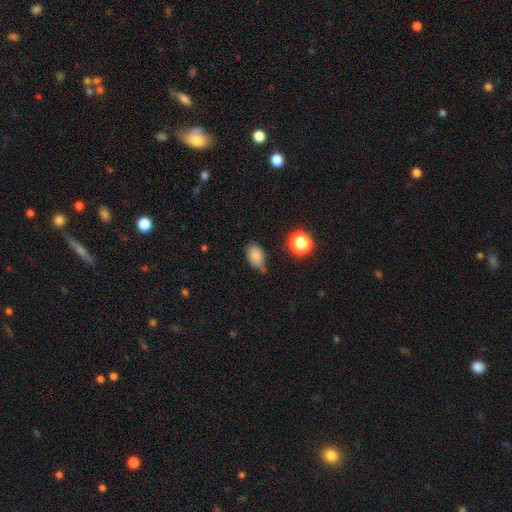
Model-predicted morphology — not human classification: smooth 80%, star or artifact 11%, featured or disk 9%. Down the decision tree: how rounded — in between (81%); merging — none (55%).